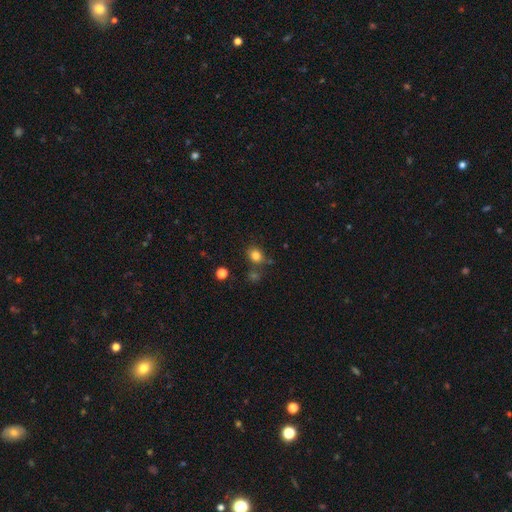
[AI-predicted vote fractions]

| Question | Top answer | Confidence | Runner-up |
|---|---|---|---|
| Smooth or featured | smooth | 81% | star or artifact (13%) |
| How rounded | round | 61% | in between (38%) |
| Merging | none | 75% | minor disturbance (13%) |